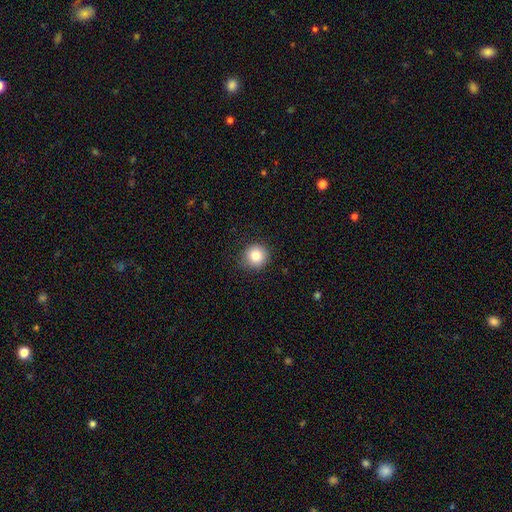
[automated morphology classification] Q: Smooth or featured?
A: smooth (83%); runner-up: star or artifact (10%)
Q: How rounded?
A: round (92%); runner-up: in between (7%)
Q: Merging?
A: none (87%); runner-up: minor disturbance (9%)